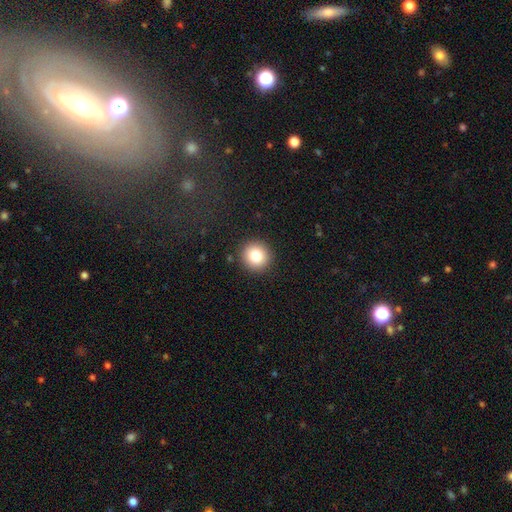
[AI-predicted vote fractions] A smooth galaxy with no disk features (82%) that is round (93%). Merging: none (91%).